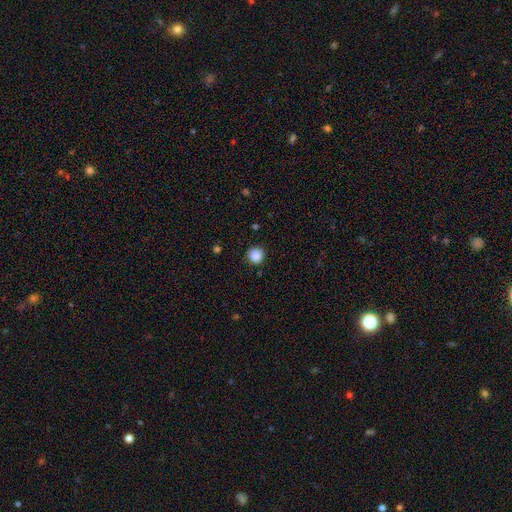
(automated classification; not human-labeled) Smooth or featured? smooth (87%)
How rounded? round (93%)
Merging? none (85%)